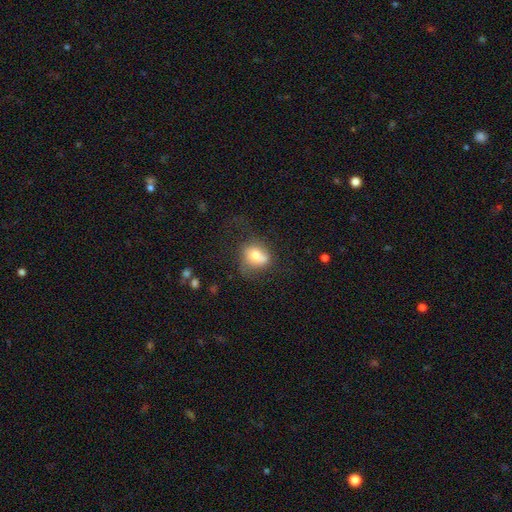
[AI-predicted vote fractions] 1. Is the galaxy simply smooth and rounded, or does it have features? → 68% smooth, 22% featured or disk, 10% star or artifact.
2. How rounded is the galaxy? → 52% in between, 46% round, 2% cigar-shaped.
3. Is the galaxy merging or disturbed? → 43% none, 27% minor disturbance, 23% major disturbance, 7% merger.